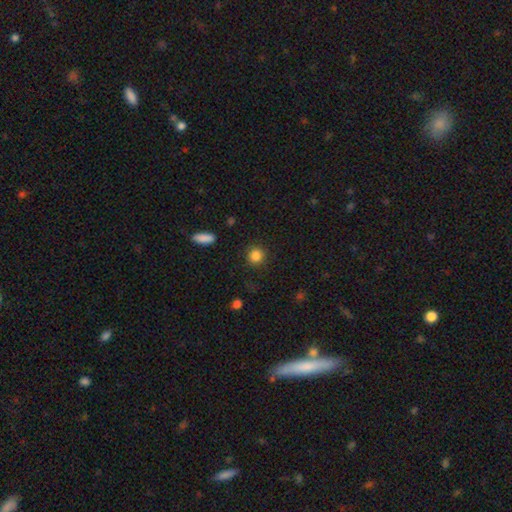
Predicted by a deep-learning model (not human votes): A smooth galaxy with no disk features (86%) that is round (91%).

Vote fractions:
- Smooth or featured? smooth: 86% / star or artifact: 10% / featured or disk: 4%
- How rounded? round: 91% / in between: 7% / cigar-shaped: 1%
- Merging? none: 89% / minor disturbance: 8% / major disturbance: 3% / merger: 1%